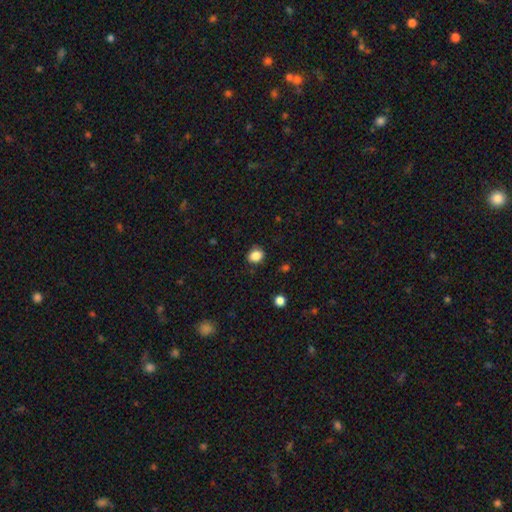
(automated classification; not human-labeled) smooth_or_featured: smooth (p=0.86) [alt: star or artifact p=0.10]
how_rounded: round (p=0.63) [alt: in between p=0.36]
merging: none (p=0.84) [alt: minor disturbance p=0.12]